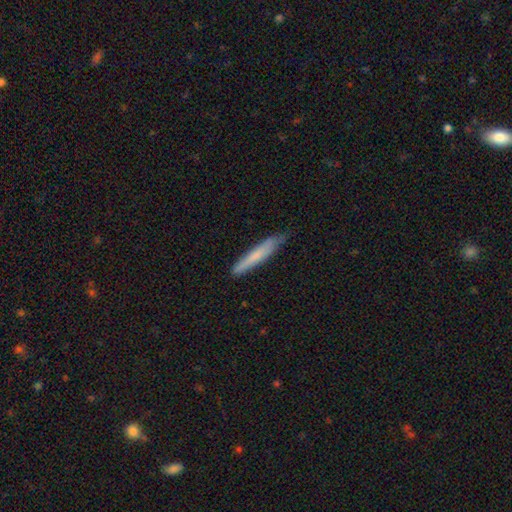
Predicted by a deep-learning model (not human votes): This is likely a smooth galaxy (71%). How rounded: clearly cigar-shaped (94%). Merging: likely none (79%).